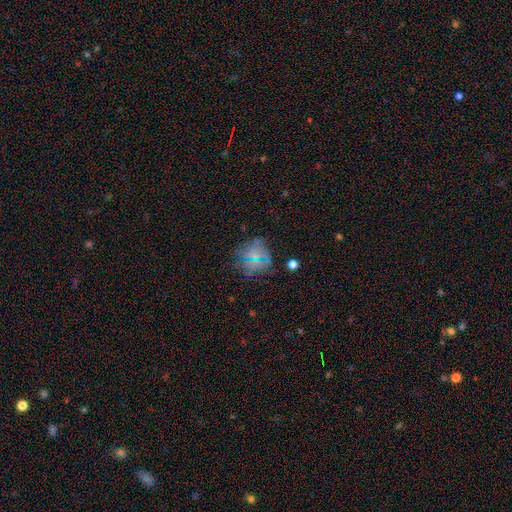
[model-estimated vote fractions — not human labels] Smooth or featured? smooth (54%)
How rounded? round (84%)
Merging? none (73%)